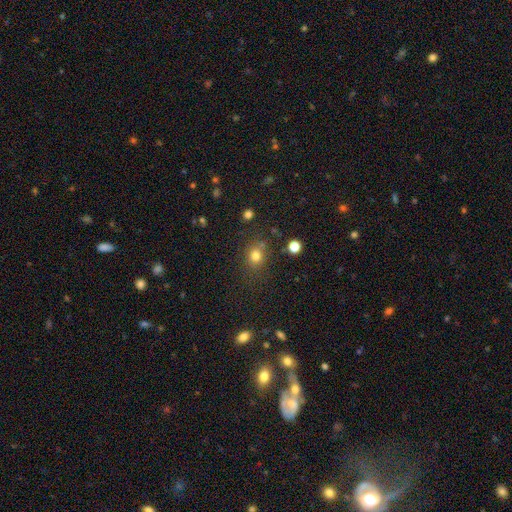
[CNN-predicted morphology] A smooth galaxy with no disk features (78%) that is round (69%). Merging: none (75%).